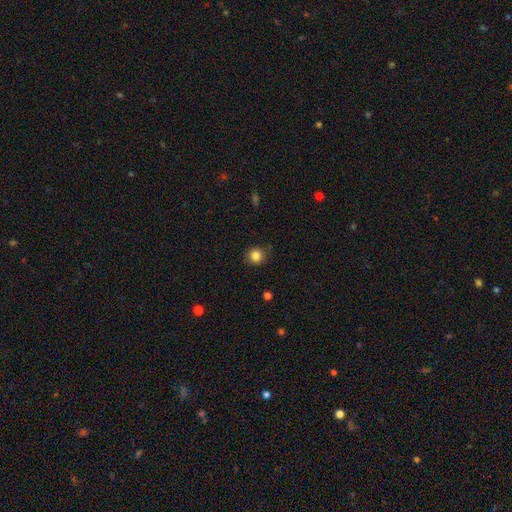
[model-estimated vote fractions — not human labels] Smooth or featured? smooth (85%)
How rounded? round (90%)
Merging? none (83%)